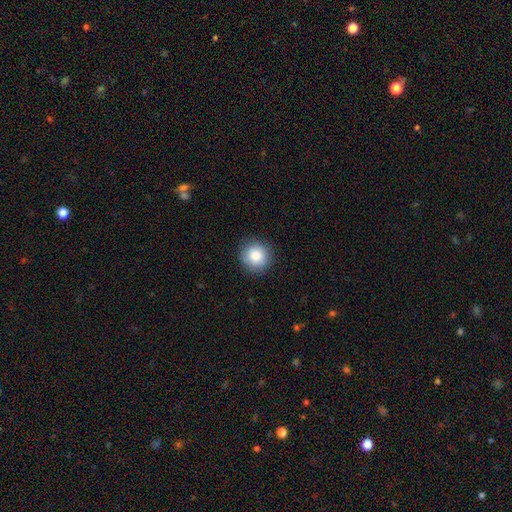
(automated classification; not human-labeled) A smooth galaxy with no disk features (85%) that is round (93%).

Vote fractions:
- Smooth or featured? smooth: 85% / star or artifact: 9% / featured or disk: 6%
- How rounded? round: 93% / in between: 6% / cigar-shaped: 1%
- Merging? none: 89% / minor disturbance: 8% / major disturbance: 2% / merger: 1%